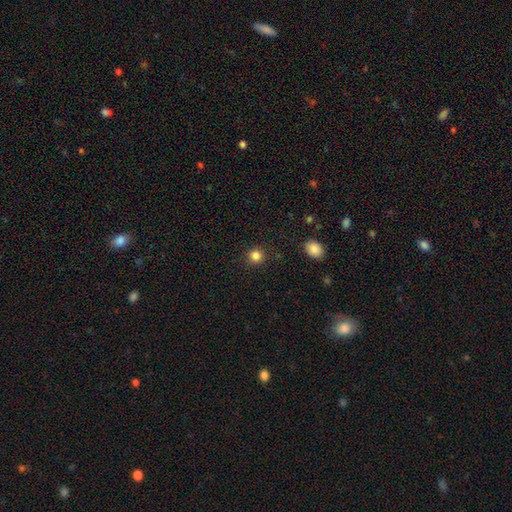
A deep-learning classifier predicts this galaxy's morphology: Smooth or featured?
  - smooth: 84% *
  - star or artifact: 12%
  - featured or disk: 4%
How rounded?
  - round: 91% *
  - in between: 8%
  - cigar-shaped: 1%
Merging?
  - none: 89% *
  - minor disturbance: 7%
  - major disturbance: 2%
  - merger: 2%